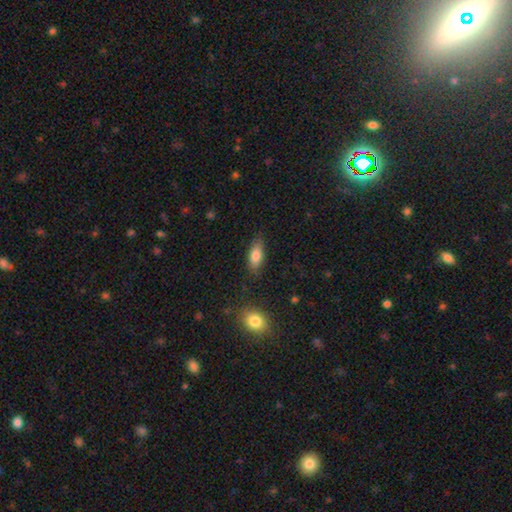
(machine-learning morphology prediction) A smooth galaxy with no disk features (80%) that is in between round and cigar-shaped (80%). Merging: none (80%).